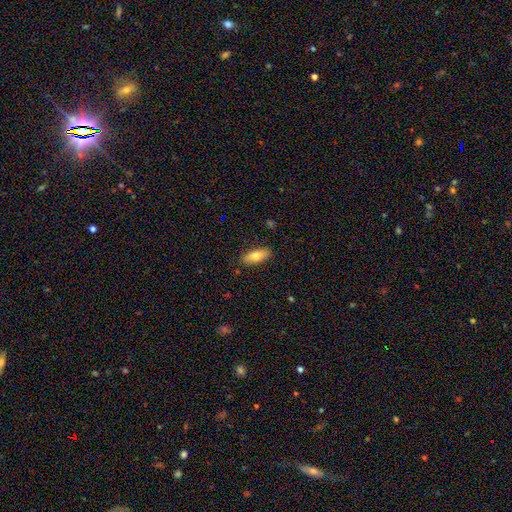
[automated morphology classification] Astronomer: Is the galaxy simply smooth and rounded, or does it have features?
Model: smooth — 76%.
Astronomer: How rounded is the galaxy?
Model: in between — 77%.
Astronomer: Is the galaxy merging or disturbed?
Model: none — 86%.